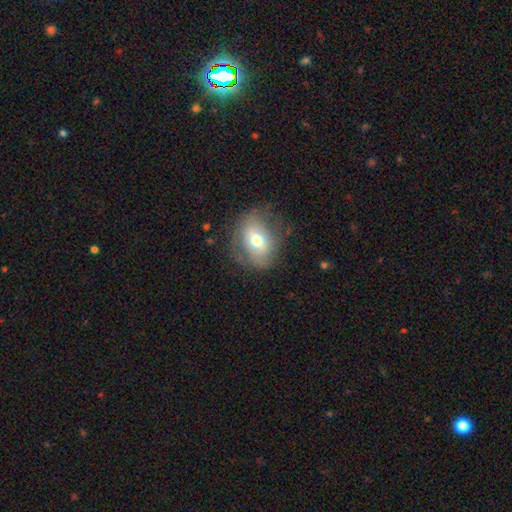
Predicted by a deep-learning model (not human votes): This is possibly a smooth galaxy (49%). Merging: likely none (70%).